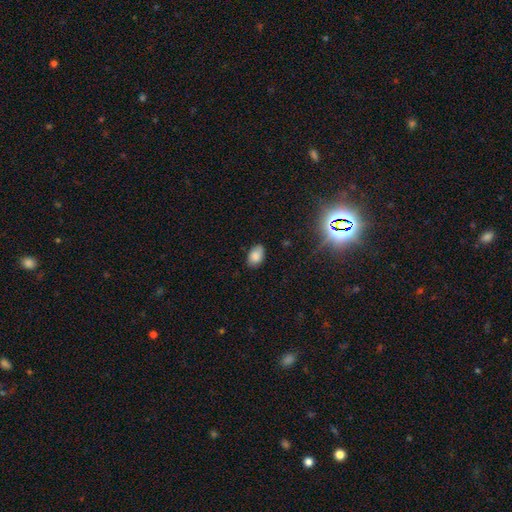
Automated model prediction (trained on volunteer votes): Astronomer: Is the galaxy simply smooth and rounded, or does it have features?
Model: smooth — 84%.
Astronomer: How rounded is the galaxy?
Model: in between — 89%.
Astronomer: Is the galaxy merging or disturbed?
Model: none — 79%.